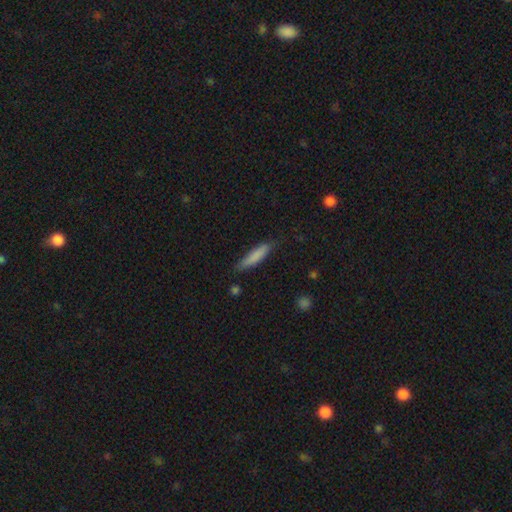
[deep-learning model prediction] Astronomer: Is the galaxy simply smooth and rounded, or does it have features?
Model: smooth — 81%.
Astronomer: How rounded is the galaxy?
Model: cigar-shaped — 80%.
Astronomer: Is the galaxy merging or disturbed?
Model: none — 77%.